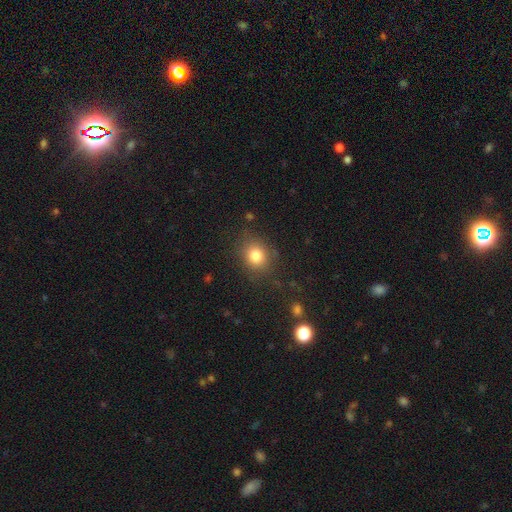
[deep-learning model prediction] Smooth or featured? Predicted: smooth (p=0.81). How rounded? Predicted: round (p=0.67). Merging? Predicted: none (p=0.81).